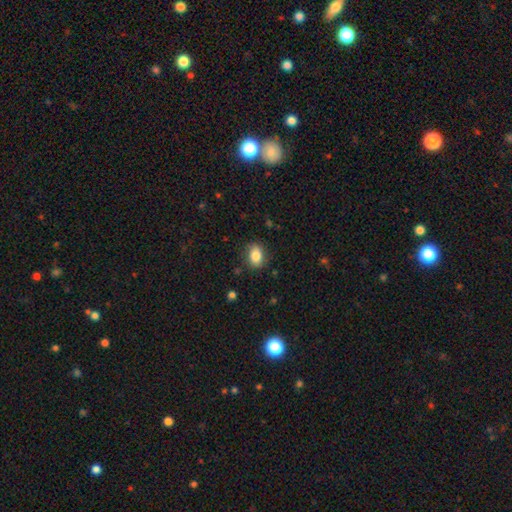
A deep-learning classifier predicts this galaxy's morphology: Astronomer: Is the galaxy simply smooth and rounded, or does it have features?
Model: smooth — 83%.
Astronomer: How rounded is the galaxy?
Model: in between — 72%.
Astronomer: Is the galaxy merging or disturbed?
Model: none — 81%.